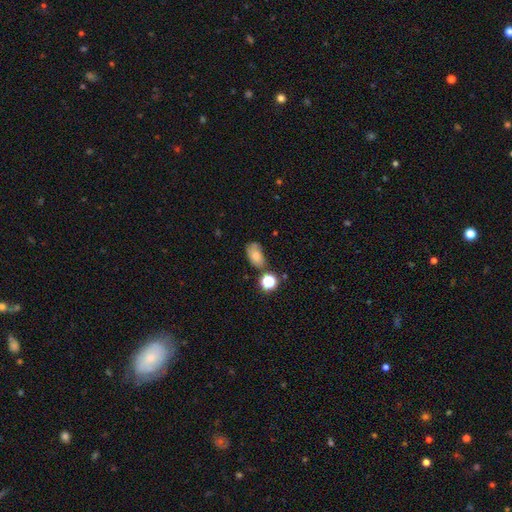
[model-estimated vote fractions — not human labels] A smooth galaxy with no disk features (72%) that is in between round and cigar-shaped (85%).

Vote fractions:
- Smooth or featured? smooth: 72% / featured or disk: 15% / star or artifact: 13%
- How rounded? in between: 85% / round: 13% / cigar-shaped: 2%
- Merging? none: 56% / minor disturbance: 25% / merger: 11% / major disturbance: 8%